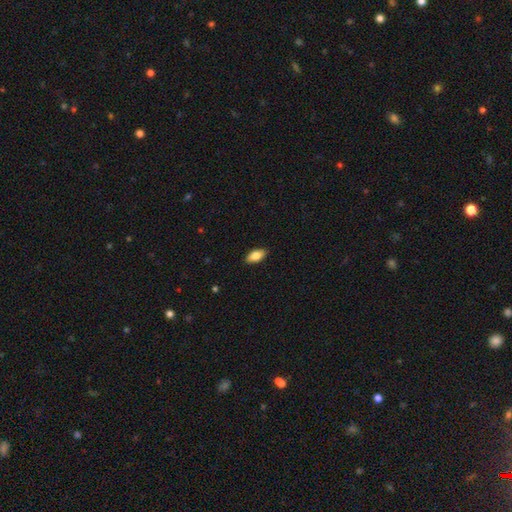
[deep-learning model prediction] Overall: smooth (83%). How rounded: in between (90%). Merging: none (89%).